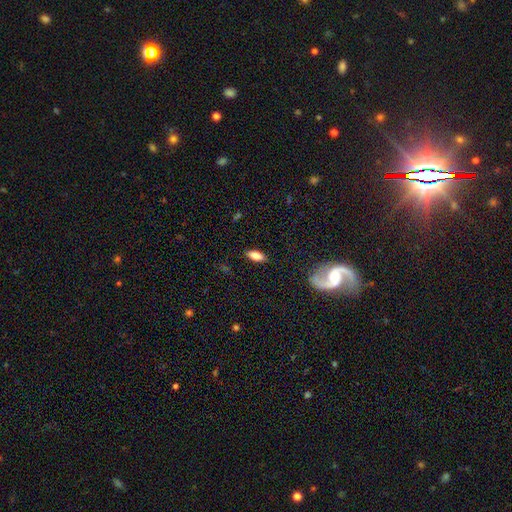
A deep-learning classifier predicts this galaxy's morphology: smooth-or-featured: smooth: 78% | featured or disk: 14% | star or artifact: 8%
  how-rounded: in between: 80% | cigar-shaped: 18% | round: 3%
  merging: none: 87% | minor disturbance: 9% | major disturbance: 2% | merger: 1%